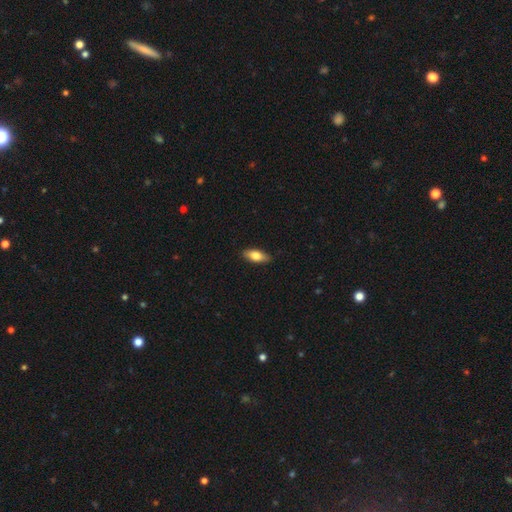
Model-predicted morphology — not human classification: A smooth galaxy with no disk features (77%) that is in between round and cigar-shaped (79%). Merging: none (88%).